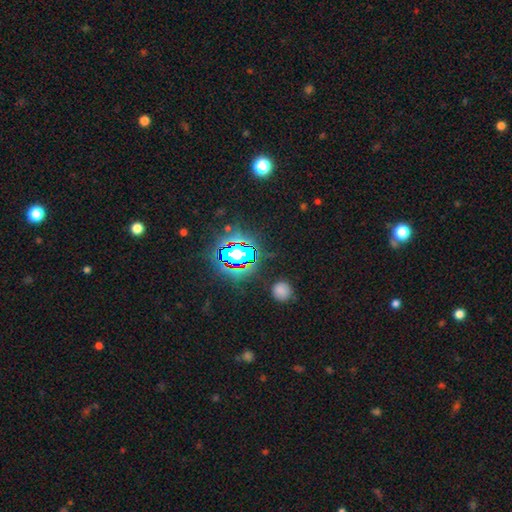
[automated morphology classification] A star or artifact, not a galaxy (83%).